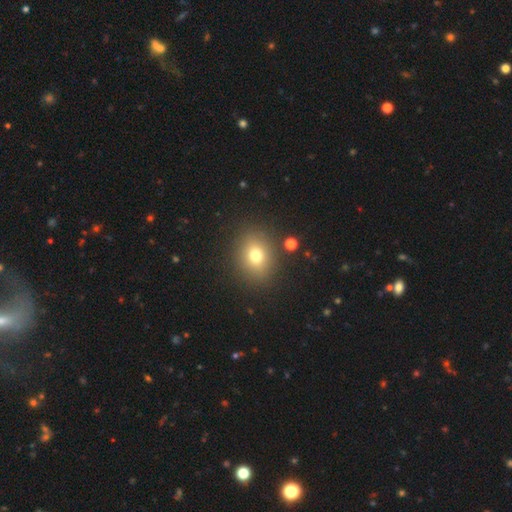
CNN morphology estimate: A smooth galaxy with no disk features (74%) that is round (58%). Merging: none (86%).